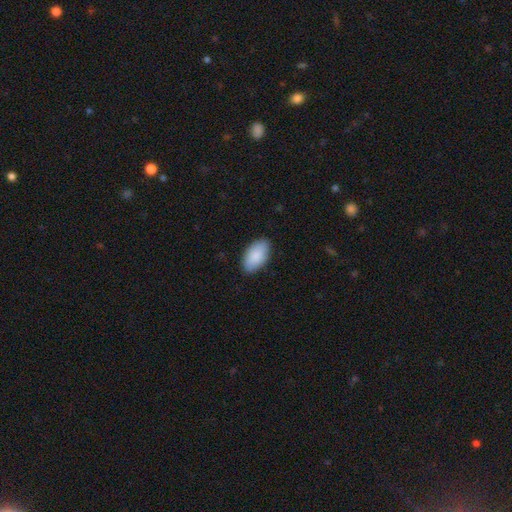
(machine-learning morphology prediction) This appears to be a smooth galaxy with no disk features (89%) that is in between round and cigar-shaped (95%). Merging: none (86%).